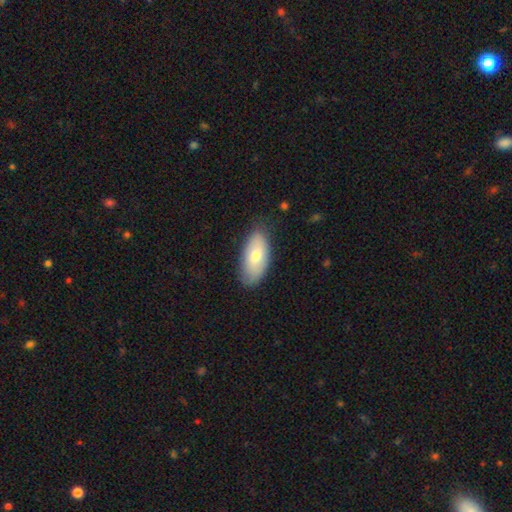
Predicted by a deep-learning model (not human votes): Morphology: type=smooth (70%); roundness=in between (92%); merging=none (79%).